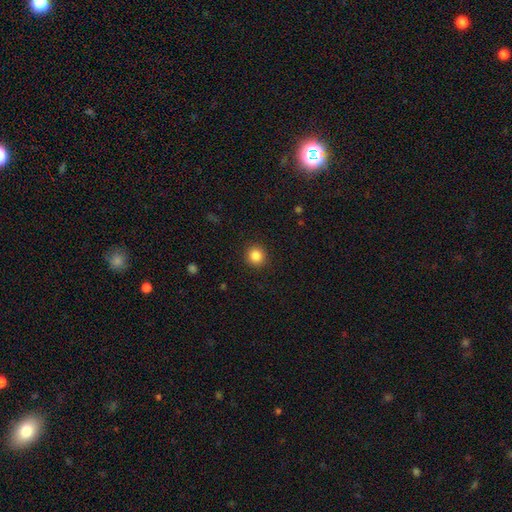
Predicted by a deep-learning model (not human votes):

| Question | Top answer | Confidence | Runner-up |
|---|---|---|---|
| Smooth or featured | smooth | 85% | star or artifact (11%) |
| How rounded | round | 92% | in between (7%) |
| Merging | none | 91% | minor disturbance (6%) |